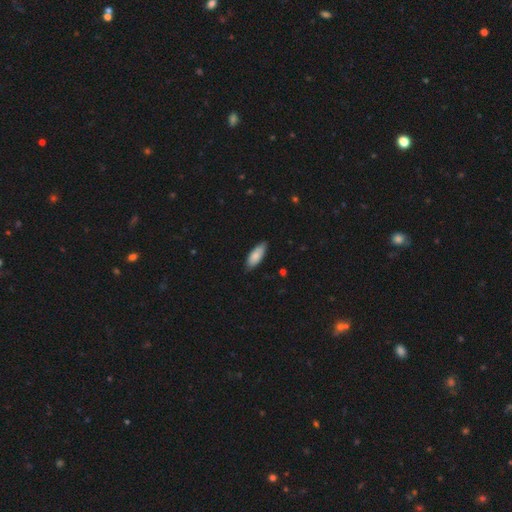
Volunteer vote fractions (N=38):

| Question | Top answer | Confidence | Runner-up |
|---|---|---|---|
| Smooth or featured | smooth | 79% | featured or disk (16%) |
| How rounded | in between | 57% | cigar-shaped (43%) |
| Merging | none | 67% | minor disturbance (33%) |